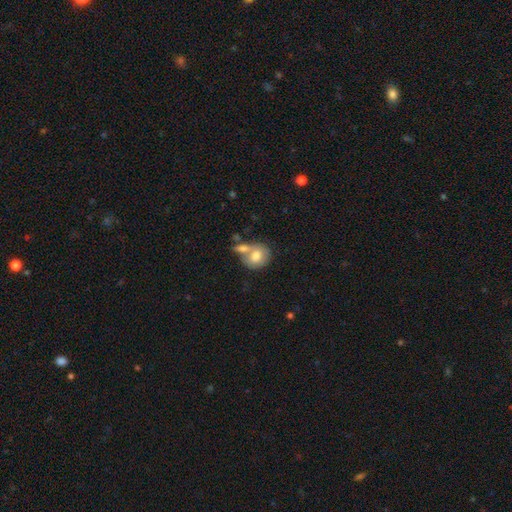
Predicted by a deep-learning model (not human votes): This appears to be a smooth galaxy with no disk features (72%) that is round (58%). Merging: merger (46%).